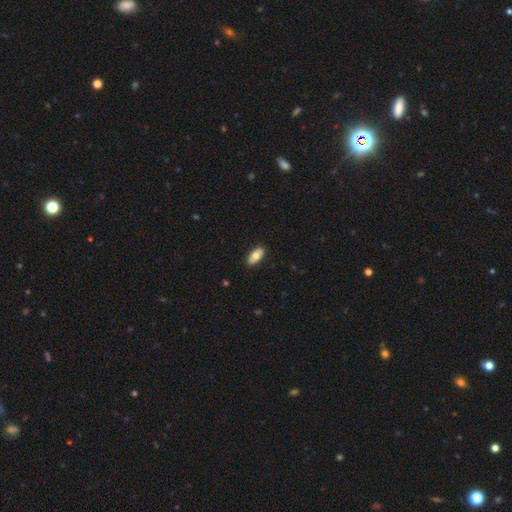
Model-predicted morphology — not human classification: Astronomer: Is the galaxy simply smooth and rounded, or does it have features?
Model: smooth — 72%.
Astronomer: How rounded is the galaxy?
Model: in between — 89%.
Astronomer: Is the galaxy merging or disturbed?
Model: none — 86%.